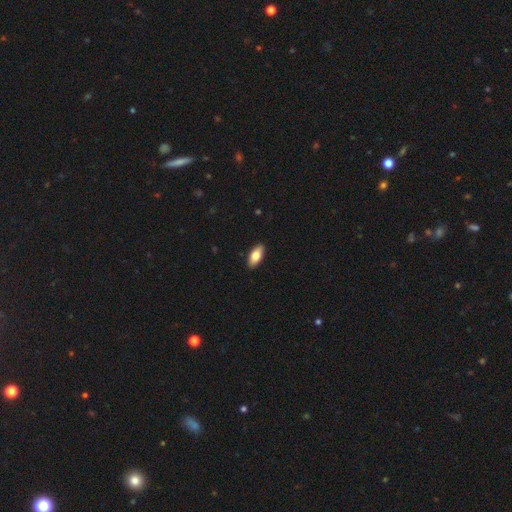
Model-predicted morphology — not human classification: smooth 77%, featured or disk 17%, star or artifact 6%. Down the decision tree: how rounded — in between (87%); merging — none (90%).